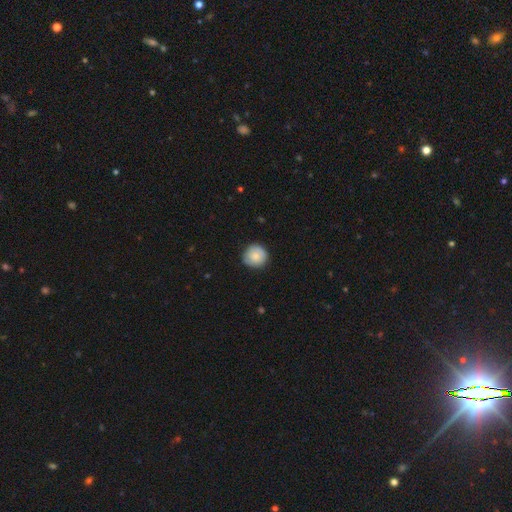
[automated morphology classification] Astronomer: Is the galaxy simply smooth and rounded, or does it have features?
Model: smooth — 79%.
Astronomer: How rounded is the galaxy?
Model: round — 93%.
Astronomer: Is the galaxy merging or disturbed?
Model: none — 84%.